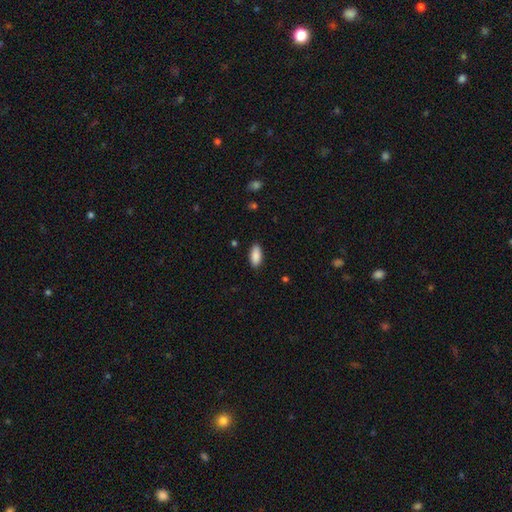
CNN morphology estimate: Smooth or featured? smooth (89%)
How rounded? in between (88%)
Merging? none (88%)